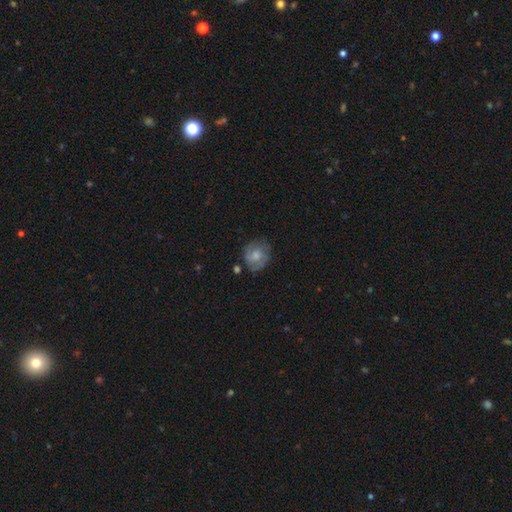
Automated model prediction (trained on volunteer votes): Smooth or featured? Predicted: smooth (p=0.50). How rounded? Predicted: round (p=0.76). Merging? Predicted: none (p=0.69).